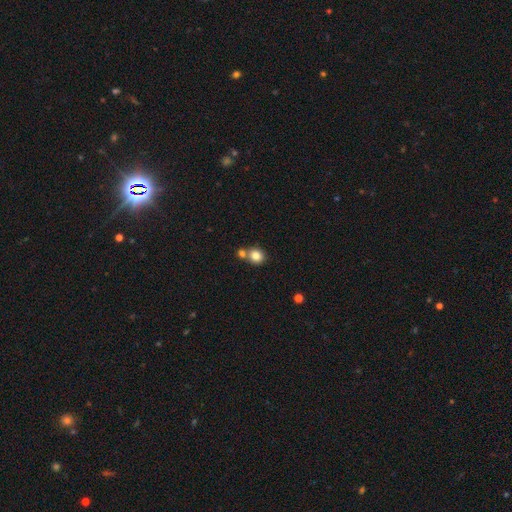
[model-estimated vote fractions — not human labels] This is clearly a smooth galaxy (82%). How rounded: clearly round (83%). Merging: possibly none (56%).